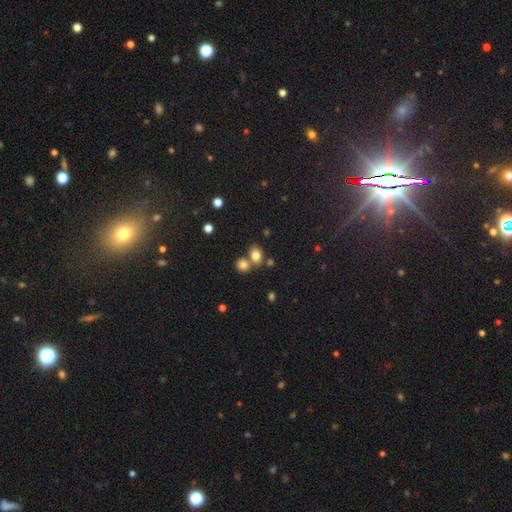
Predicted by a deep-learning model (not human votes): Morphology: type=smooth (79%); roundness=in between (57%); merging=none (53%).